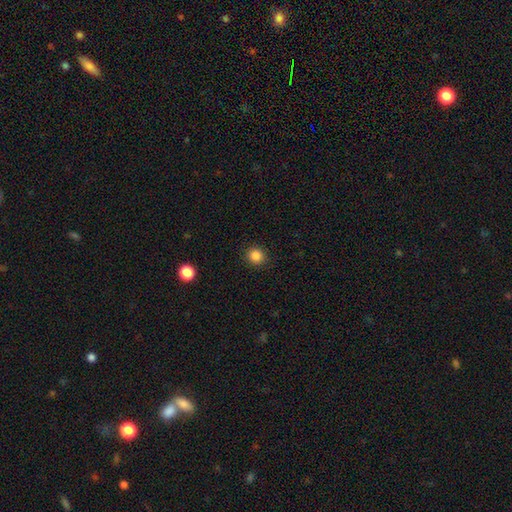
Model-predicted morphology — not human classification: smooth-or-featured: smooth: 86% | star or artifact: 11% | featured or disk: 3%
  how-rounded: round: 87% | in between: 12% | cigar-shaped: 1%
  merging: none: 91% | minor disturbance: 6% | major disturbance: 2% | merger: 1%